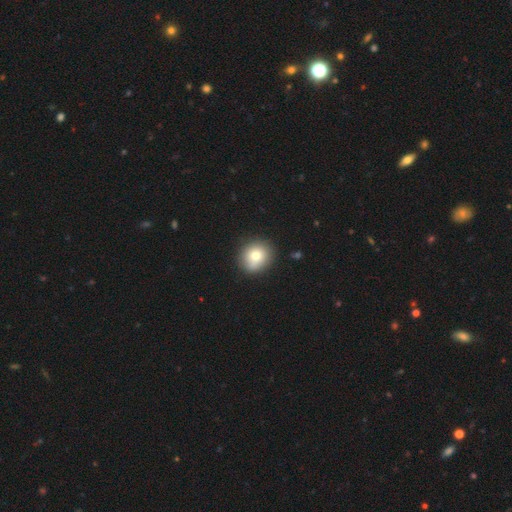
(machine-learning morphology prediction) Smooth or featured? smooth (77%)
How rounded? round (80%)
Merging? none (86%)